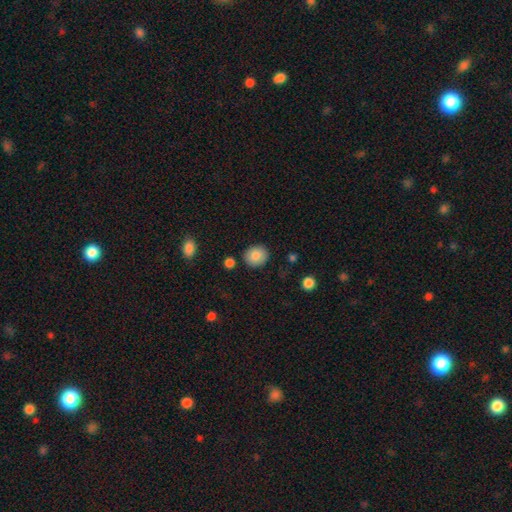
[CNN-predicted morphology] Q: Smooth or featured?
A: smooth (84%); runner-up: star or artifact (8%)
Q: How rounded?
A: round (81%); runner-up: in between (18%)
Q: Merging?
A: none (87%); runner-up: minor disturbance (8%)